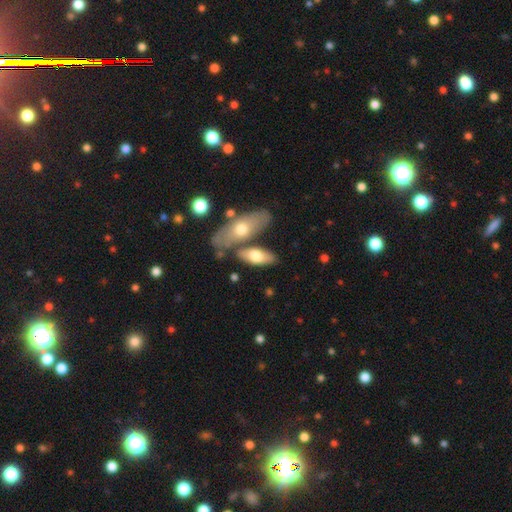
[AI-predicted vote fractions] This appears to be a smooth galaxy with no disk features (63%) that is in between round and cigar-shaped (71%). Merging: none (59%).